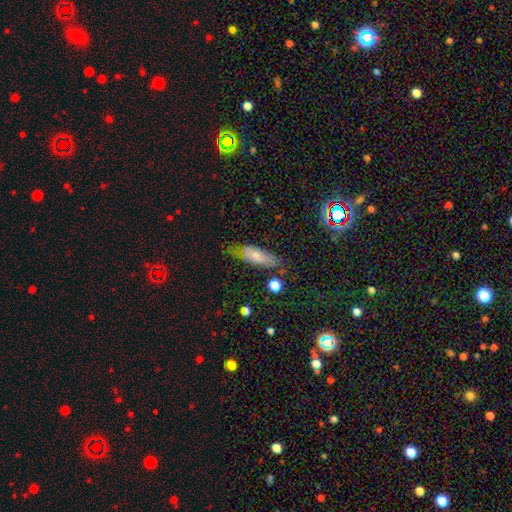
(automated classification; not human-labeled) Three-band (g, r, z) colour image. It shows a smooth galaxy with no disk features (59%) that is in between round and cigar-shaped (62%). Merging: none (62%).